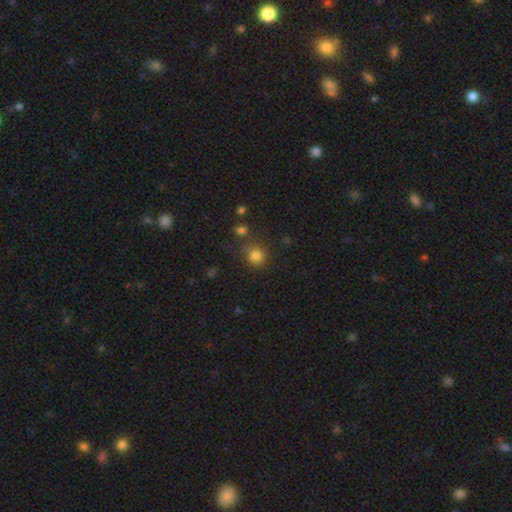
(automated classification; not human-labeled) The model was most divided on "merging": none: 77%, minor disturbance: 11%, merger: 7%, major disturbance: 4%. More confident: how rounded — round (90%); smooth or featured — smooth (80%).